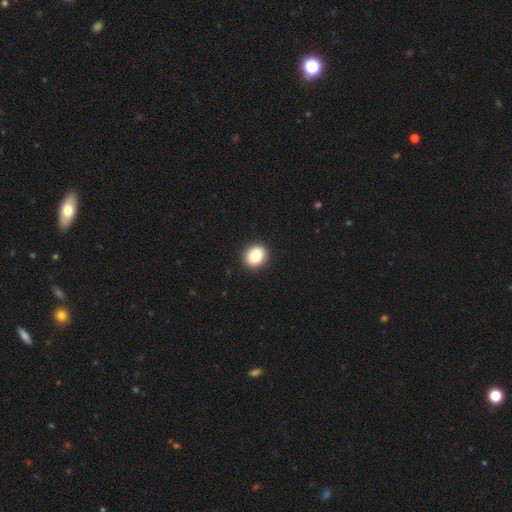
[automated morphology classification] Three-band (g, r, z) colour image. It shows a smooth galaxy with no disk features (87%) that is round (63%). Merging: none (91%).